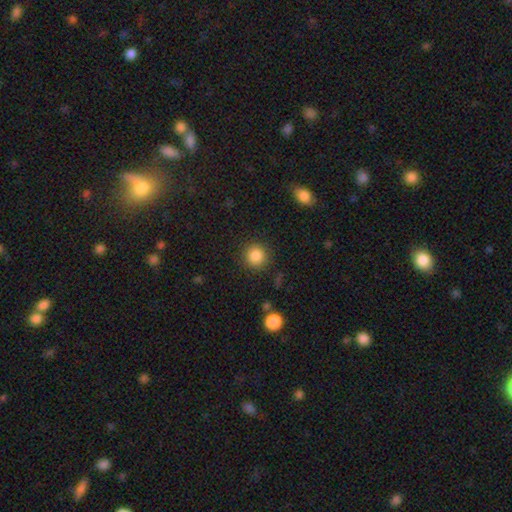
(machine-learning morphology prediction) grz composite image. It shows a smooth galaxy with no disk features (86%) that is round (93%). Merging: none (89%).